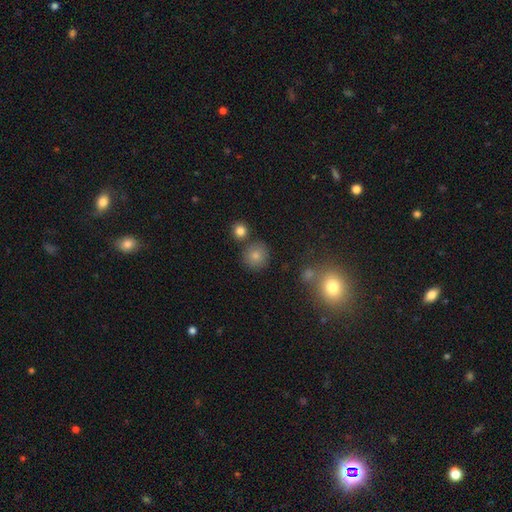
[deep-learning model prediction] Overall: smooth (81%). How rounded: round (92%). Merging: none (79%).